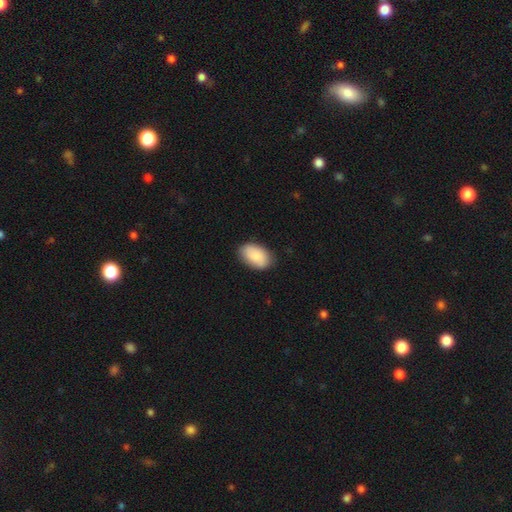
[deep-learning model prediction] Smooth or featured: smooth — 85% (featured or disk — 9%)
How rounded: in between — 92% (round — 6%)
Merging: none — 83% (minor disturbance — 13%)